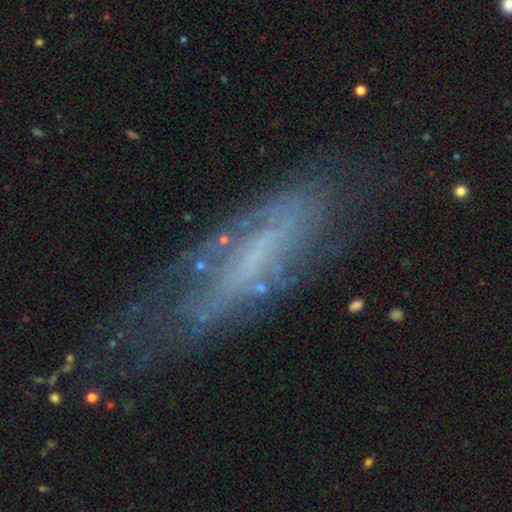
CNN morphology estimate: Smooth or featured?
  - featured or disk: 63% *
  - smooth: 24%
  - star or artifact: 13%
Edge-on disk?
  - no: 67% *
  - yes: 33%
Merging?
  - none: 53% *
  - minor disturbance: 26%
  - major disturbance: 19%
  - merger: 3%